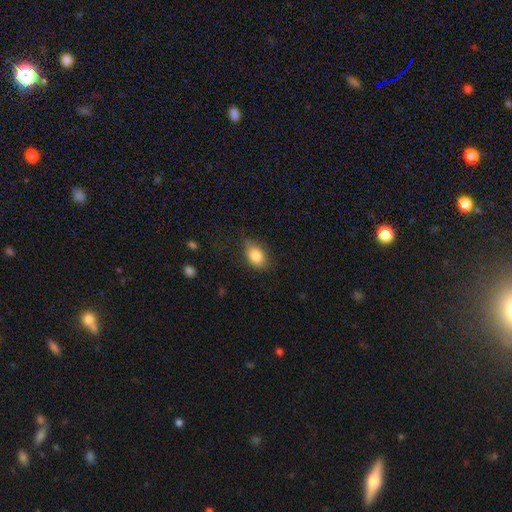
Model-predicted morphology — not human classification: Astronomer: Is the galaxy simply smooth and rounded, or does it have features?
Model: smooth — 84%.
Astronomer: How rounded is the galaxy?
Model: in between — 83%.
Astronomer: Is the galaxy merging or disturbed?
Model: none — 70%.